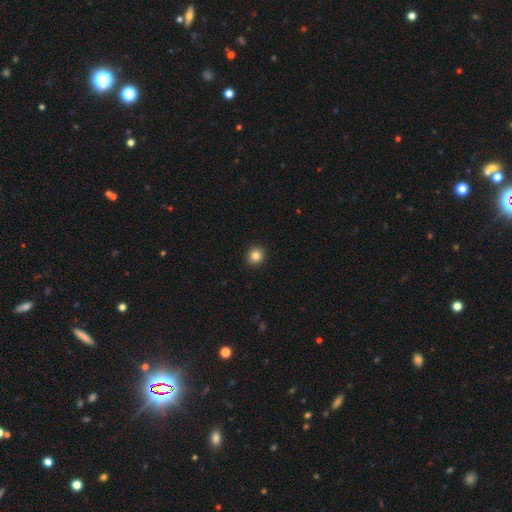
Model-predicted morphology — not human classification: Smooth or featured? Predicted: smooth (p=0.84). How rounded? Predicted: round (p=0.88). Merging? Predicted: none (p=0.93).